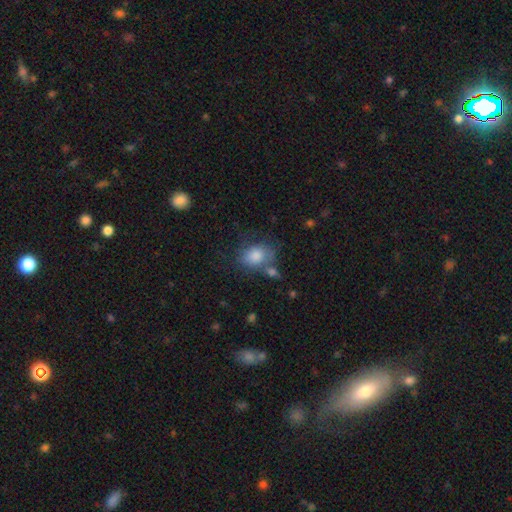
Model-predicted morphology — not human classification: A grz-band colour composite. It shows a smooth galaxy with no disk features (81%) that is in between round and cigar-shaped (63%). Merging: none (58%).